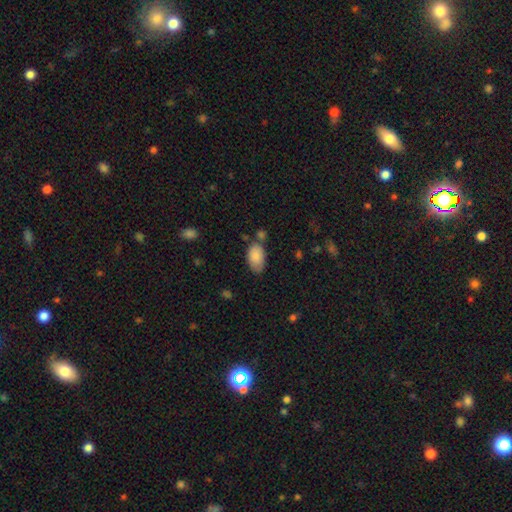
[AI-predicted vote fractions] The model was most divided on "merging": none: 58%, minor disturbance: 24%, merger: 12%, major disturbance: 6%. More confident: how rounded — in between (94%); smooth or featured — smooth (85%).